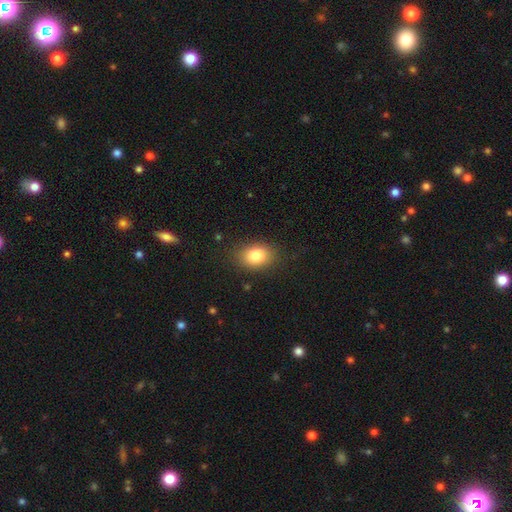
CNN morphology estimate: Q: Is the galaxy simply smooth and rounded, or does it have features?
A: smooth — 83%.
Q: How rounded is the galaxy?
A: in between — 72%.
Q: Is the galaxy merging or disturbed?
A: none — 84%.